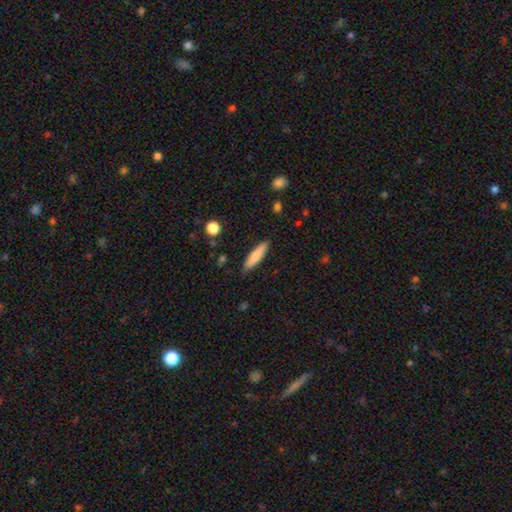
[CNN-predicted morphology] This is likely a smooth galaxy (78%). How rounded: likely cigar-shaped (79%). Merging: clearly none (87%).